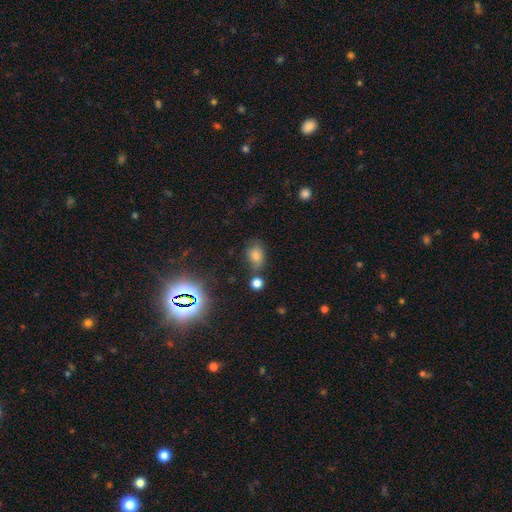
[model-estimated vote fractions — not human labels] Smooth or featured? Predicted: smooth (p=0.68). How rounded? Predicted: in between (p=0.73). Merging? Predicted: none (p=0.66).